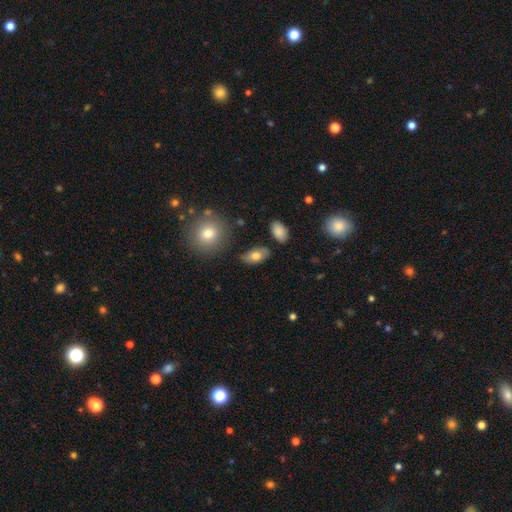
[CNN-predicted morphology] This is likely a smooth galaxy (74%). How rounded: clearly in between (90%). Merging: clearly none (80%).